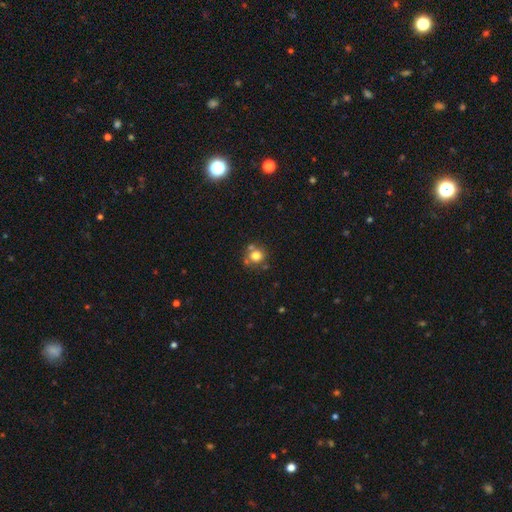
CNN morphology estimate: smooth 76%, star or artifact 13%, featured or disk 11%. Down the decision tree: how rounded — round (87%); merging — none (64%).